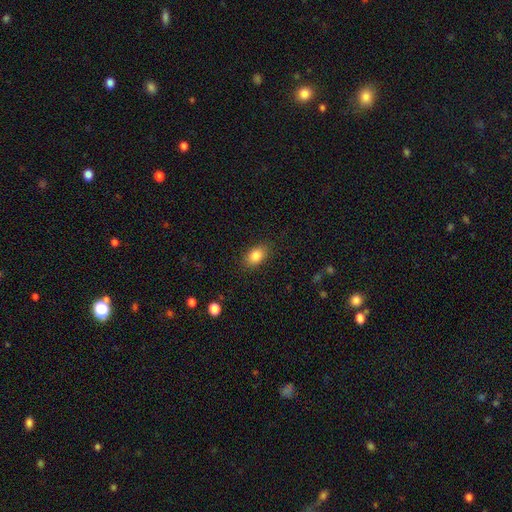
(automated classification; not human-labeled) smooth-or-featured: smooth: 83% | star or artifact: 9% | featured or disk: 8%
  how-rounded: in between: 83% | round: 14% | cigar-shaped: 3%
  merging: none: 86% | minor disturbance: 10% | major disturbance: 3% | merger: 1%